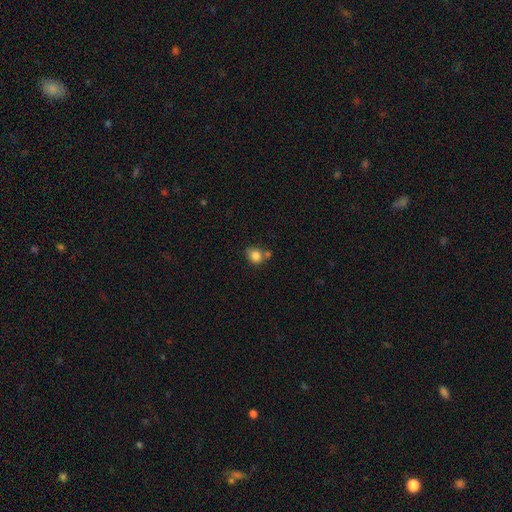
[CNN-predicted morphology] Overall: smooth (83%). How rounded: round (69%; in between 30%). Merging: none (54%; merger 21%).